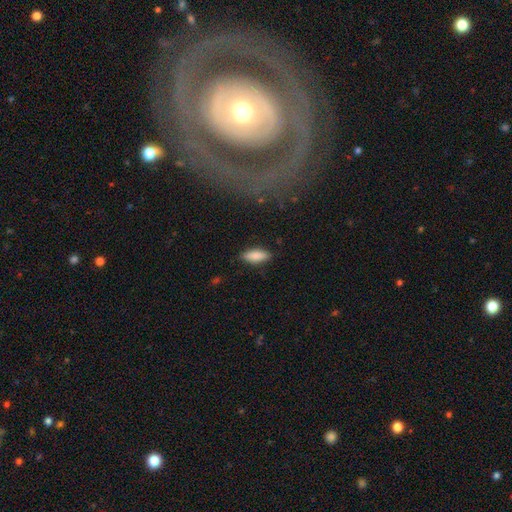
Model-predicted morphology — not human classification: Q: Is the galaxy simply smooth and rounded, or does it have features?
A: smooth — 85%.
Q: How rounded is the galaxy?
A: in between — 64%.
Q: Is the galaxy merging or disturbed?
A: none — 85%.